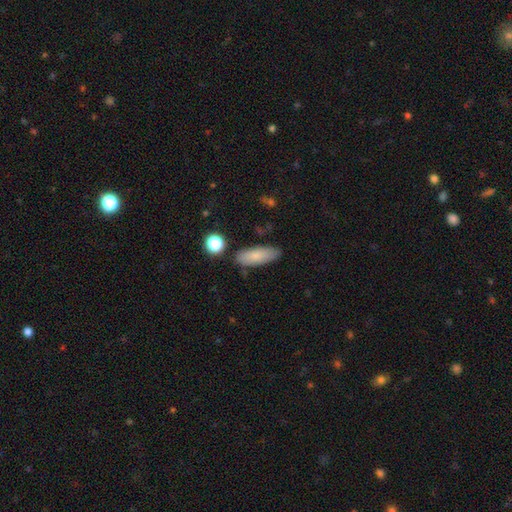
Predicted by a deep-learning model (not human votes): A smooth galaxy with no disk features (81%) that is in between round and cigar-shaped (67%).

Vote fractions:
- Smooth or featured? smooth: 81% / featured or disk: 12% / star or artifact: 8%
- How rounded? in between: 67% / cigar-shaped: 30% / round: 3%
- Merging? none: 81% / minor disturbance: 13% / merger: 3% / major disturbance: 3%